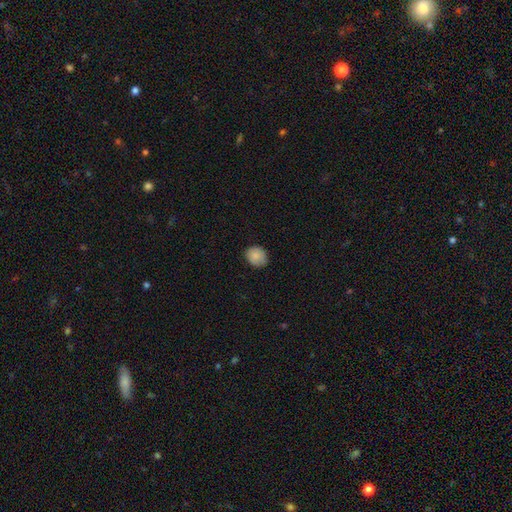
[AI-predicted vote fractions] A smooth galaxy with no disk features (86%) that is round (69%).

Vote fractions:
- Smooth or featured? smooth: 86% / star or artifact: 8% / featured or disk: 5%
- How rounded? round: 69% / in between: 30% / cigar-shaped: 1%
- Merging? none: 81% / minor disturbance: 16% / major disturbance: 2% / merger: 1%